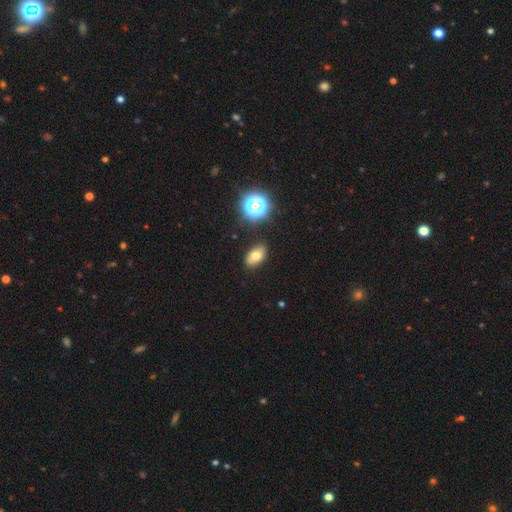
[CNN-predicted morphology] smooth_or_featured: smooth (p=0.68) [alt: featured or disk p=0.18]
how_rounded: in between (p=0.86) [alt: round p=0.11]
merging: none (p=0.84) [alt: minor disturbance p=0.11]